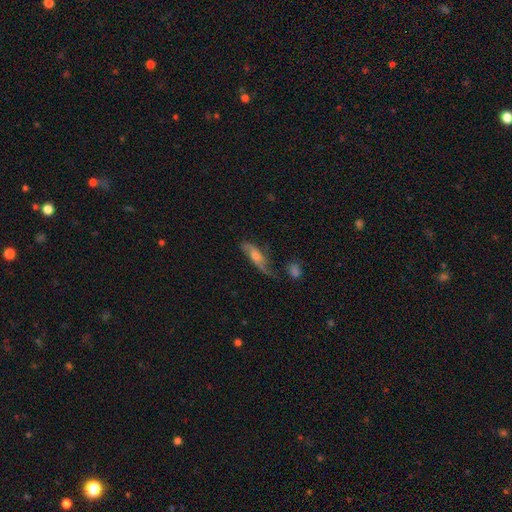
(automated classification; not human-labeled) Smooth or featured? Predicted: featured or disk (p=0.63). Edge-on disk? Predicted: no (p=0.73). Merging? Predicted: none (p=0.49).